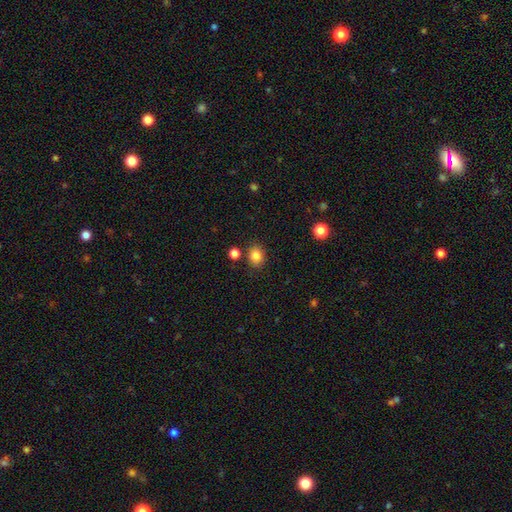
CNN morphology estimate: Smooth or featured?
  - smooth: 84% *
  - star or artifact: 11%
  - featured or disk: 5%
How rounded?
  - round: 59% *
  - in between: 40%
  - cigar-shaped: 1%
Merging?
  - none: 82% *
  - minor disturbance: 10%
  - merger: 5%
  - major disturbance: 3%